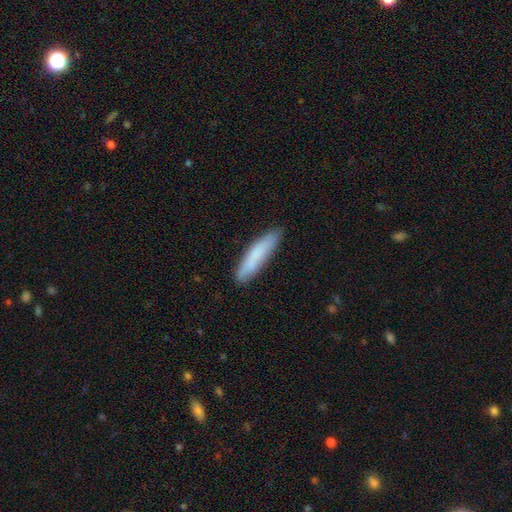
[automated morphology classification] Q: Smooth or featured?
A: smooth (78%); runner-up: featured or disk (16%)
Q: How rounded?
A: cigar-shaped (83%); runner-up: in between (15%)
Q: Merging?
A: none (83%); runner-up: minor disturbance (13%)